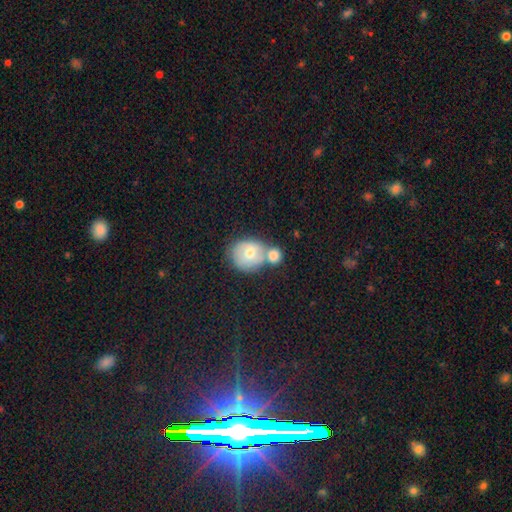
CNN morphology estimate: Smooth or featured? Predicted: smooth (p=0.45). Merging? Predicted: none (p=0.58).